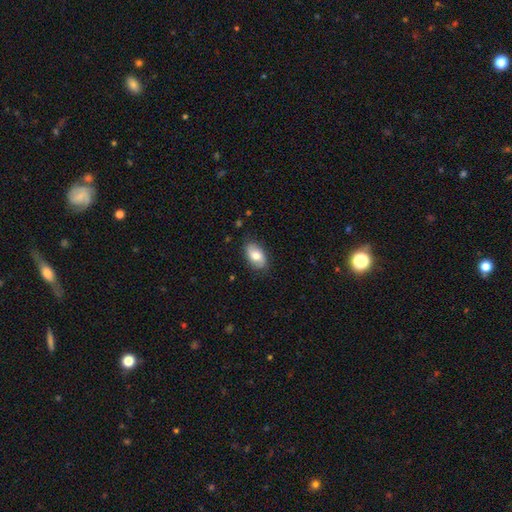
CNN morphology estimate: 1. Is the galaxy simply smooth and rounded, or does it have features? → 69% smooth, 25% featured or disk, 7% star or artifact.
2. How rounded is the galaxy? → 92% in between, 6% round, 2% cigar-shaped.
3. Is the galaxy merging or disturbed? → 81% none, 15% minor disturbance, 3% major disturbance, 1% merger.